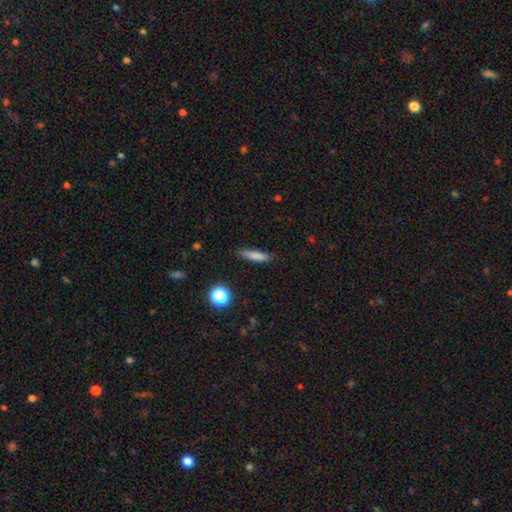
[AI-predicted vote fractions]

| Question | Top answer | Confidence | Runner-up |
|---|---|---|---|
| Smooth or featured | smooth | 78% | featured or disk (12%) |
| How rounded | cigar-shaped | 80% | in between (17%) |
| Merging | none | 84% | minor disturbance (12%) |